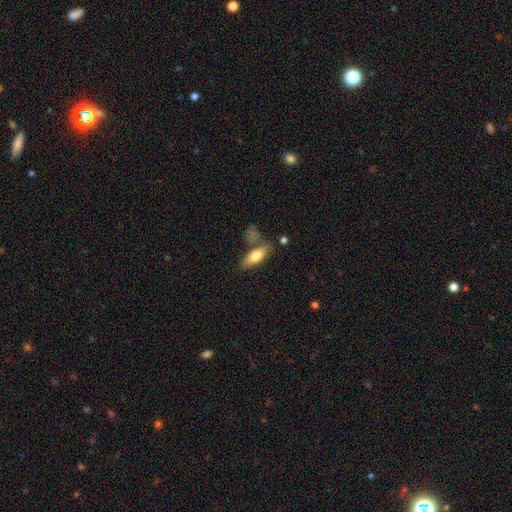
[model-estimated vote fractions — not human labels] The model was most divided on "how rounded": in between: 64%, cigar-shaped: 33%, round: 3%. More confident: smooth or featured — smooth (72%); merging — none (68%).